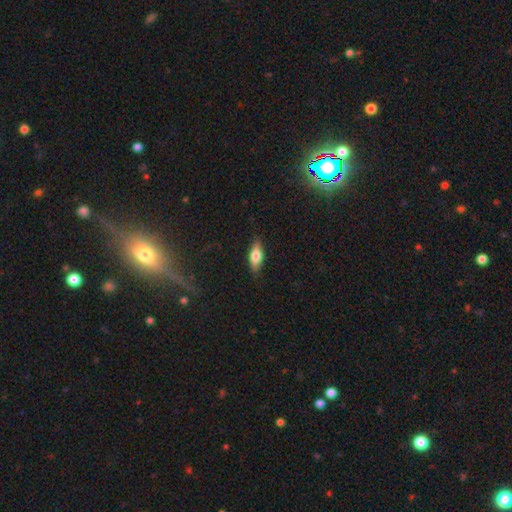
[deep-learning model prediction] Q: Smooth or featured?
A: smooth (61%); runner-up: featured or disk (32%)
Q: How rounded?
A: in between (65%); runner-up: cigar-shaped (31%)
Q: Merging?
A: none (87%); runner-up: minor disturbance (10%)